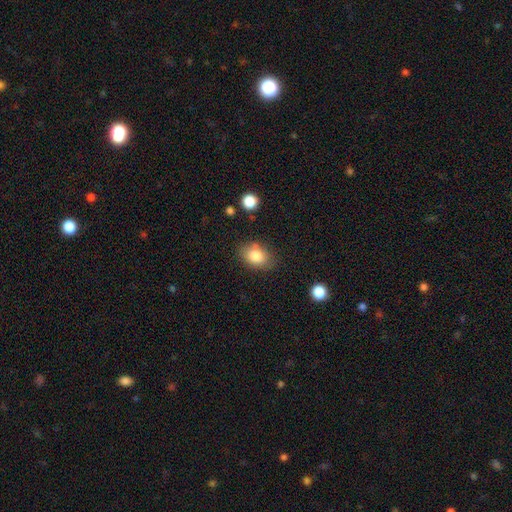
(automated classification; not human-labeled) smooth_or_featured: smooth (p=0.83) [alt: featured or disk p=0.09]
how_rounded: in between (p=0.76) [alt: round p=0.23]
merging: none (p=0.74) [alt: minor disturbance p=0.17]